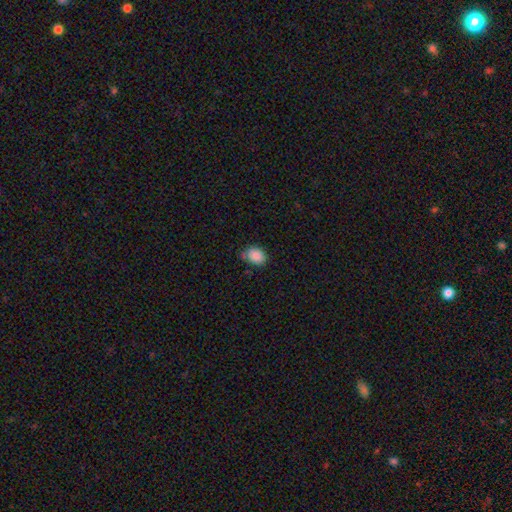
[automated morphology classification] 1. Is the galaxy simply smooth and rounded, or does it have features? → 87% smooth, 8% star or artifact, 4% featured or disk.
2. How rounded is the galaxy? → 68% in between, 31% round, 1% cigar-shaped.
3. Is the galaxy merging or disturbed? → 68% none, 23% minor disturbance, 4% merger, 4% major disturbance.